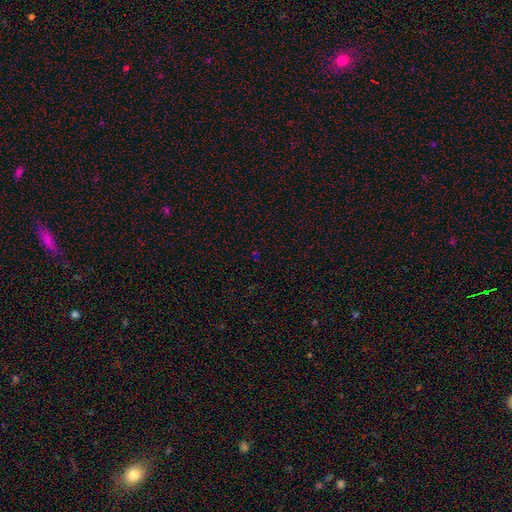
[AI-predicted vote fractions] smooth-or-featured: star or artifact: 65% | smooth: 28% | featured or disk: 8%